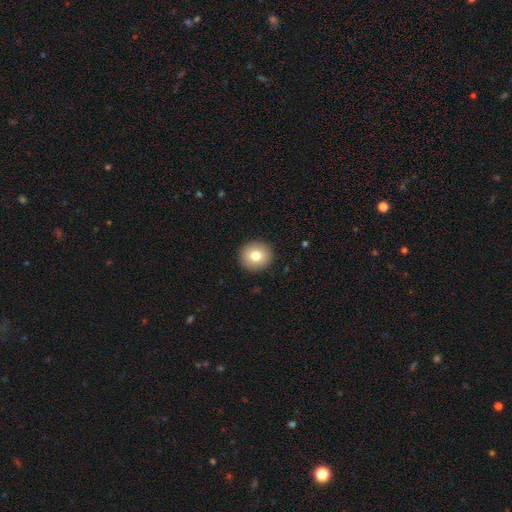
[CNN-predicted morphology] Q: Smooth or featured?
A: smooth (78%); runner-up: featured or disk (13%)
Q: How rounded?
A: round (92%); runner-up: in between (7%)
Q: Merging?
A: none (93%); runner-up: minor disturbance (5%)